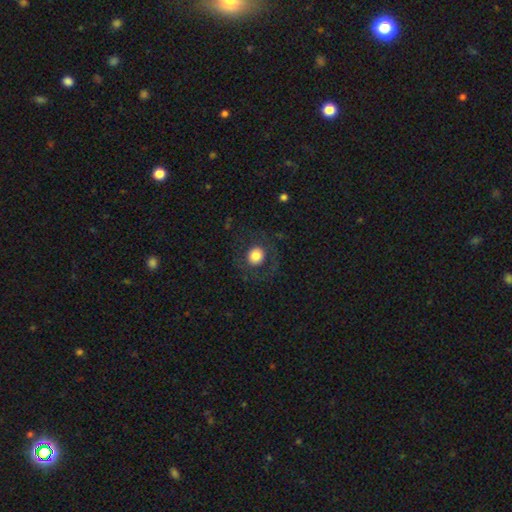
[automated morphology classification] Q: Smooth or featured?
A: smooth (74%); runner-up: featured or disk (17%)
Q: How rounded?
A: round (90%); runner-up: in between (9%)
Q: Merging?
A: none (80%); runner-up: minor disturbance (9%)